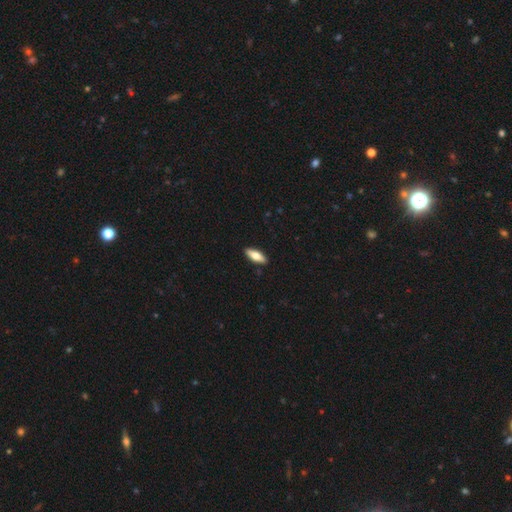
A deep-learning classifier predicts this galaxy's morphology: smooth_or_featured: smooth (p=0.67) [alt: featured or disk p=0.27]
how_rounded: in between (p=0.62) [alt: cigar-shaped p=0.35]
merging: none (p=0.90) [alt: minor disturbance p=0.07]